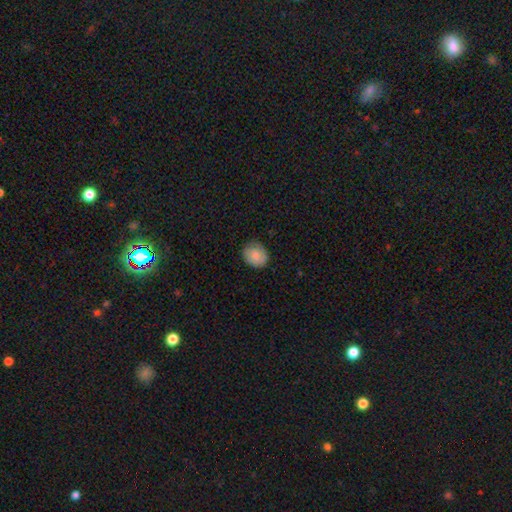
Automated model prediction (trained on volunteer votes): The model was most divided on "how rounded": round: 72%, in between: 27%, cigar-shaped: 1%. More confident: smooth or featured — smooth (84%); merging — none (82%).